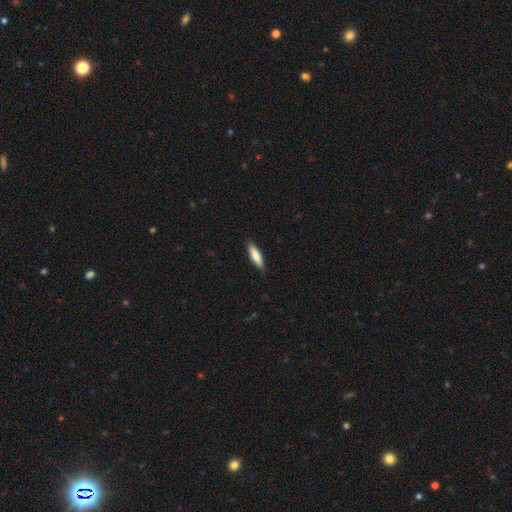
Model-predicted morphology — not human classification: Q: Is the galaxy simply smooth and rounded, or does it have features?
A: smooth — 78%.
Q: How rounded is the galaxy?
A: cigar-shaped — 66%.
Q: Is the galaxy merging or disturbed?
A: none — 89%.